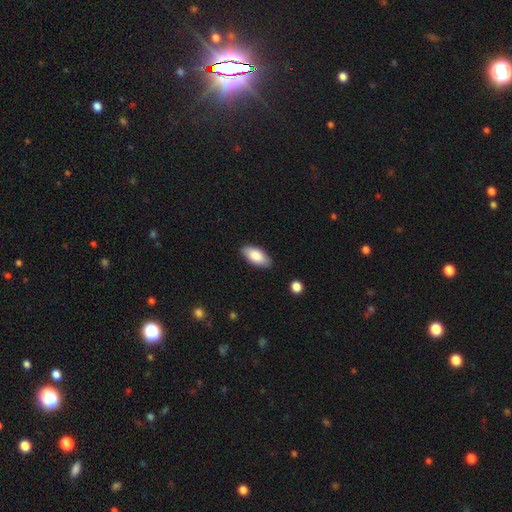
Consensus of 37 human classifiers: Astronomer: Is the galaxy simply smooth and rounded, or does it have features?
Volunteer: smooth — 86%.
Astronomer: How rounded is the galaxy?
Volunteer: in between — 100%.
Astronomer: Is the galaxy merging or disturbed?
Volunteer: none — 83%.